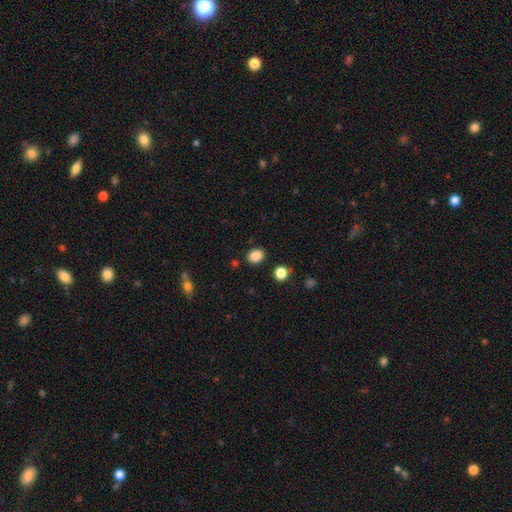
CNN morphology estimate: smooth_or_featured: smooth (p=0.87) [alt: star or artifact p=0.10]
how_rounded: in between (p=0.54) [alt: round p=0.45]
merging: none (p=0.87) [alt: minor disturbance p=0.08]